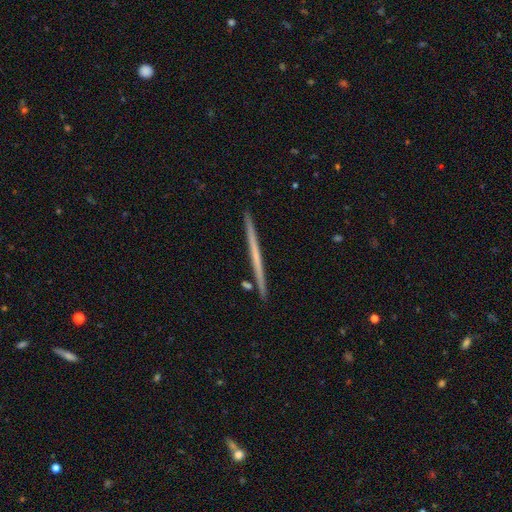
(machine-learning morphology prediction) Overall: featured or disk (56%; smooth 38%). Edge-on disk: yes (98%). Edge-on bulge: none (90%). Merging: none (92%).